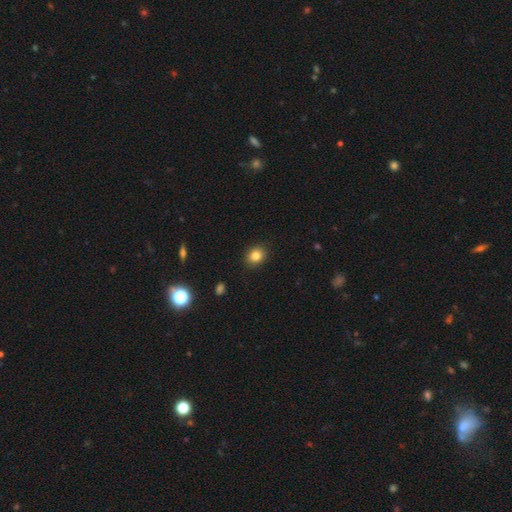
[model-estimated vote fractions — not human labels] A smooth galaxy with no disk features (82%) that is round (59%).

Vote fractions:
- Smooth or featured? smooth: 82% / star or artifact: 11% / featured or disk: 7%
- How rounded? round: 59% / in between: 40% / cigar-shaped: 1%
- Merging? none: 89% / minor disturbance: 8% / major disturbance: 2% / merger: 1%